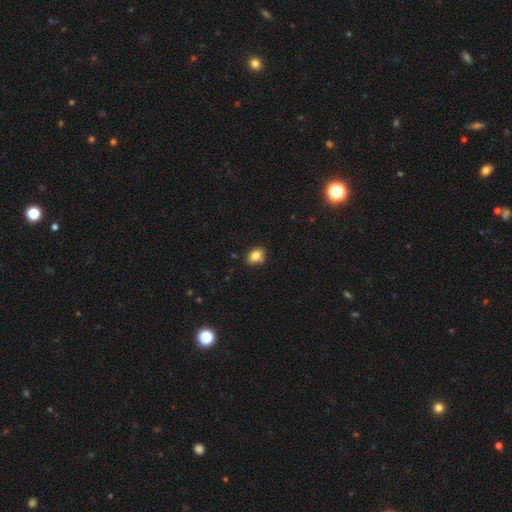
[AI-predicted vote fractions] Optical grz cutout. It shows a smooth galaxy with no disk features (81%) that is in between round and cigar-shaped (64%). Merging: none (70%).